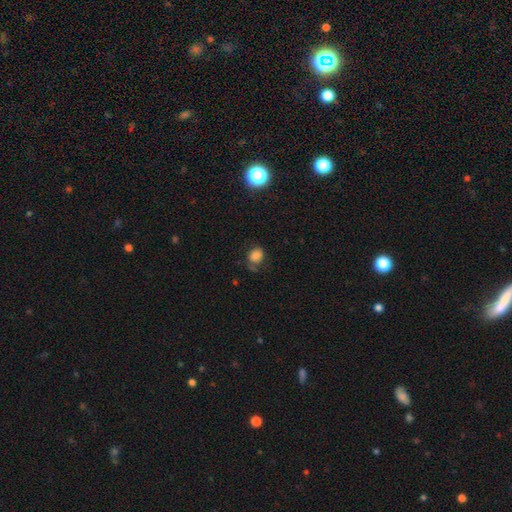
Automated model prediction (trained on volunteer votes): Q: Smooth or featured?
A: smooth (77%); runner-up: star or artifact (14%)
Q: How rounded?
A: round (52%); runner-up: in between (47%)
Q: Merging?
A: none (58%); runner-up: minor disturbance (25%)